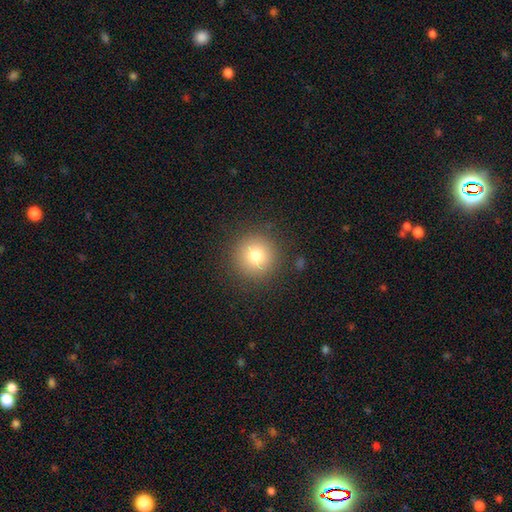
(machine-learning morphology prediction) smooth_or_featured: smooth (p=0.79) [alt: star or artifact p=0.12]
how_rounded: round (p=0.95) [alt: in between p=0.04]
merging: none (p=0.89) [alt: minor disturbance p=0.07]